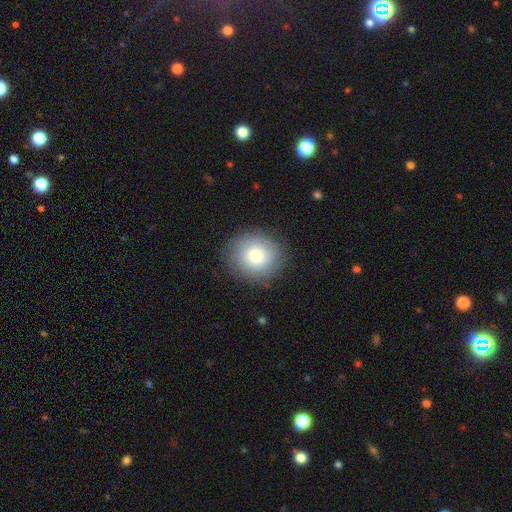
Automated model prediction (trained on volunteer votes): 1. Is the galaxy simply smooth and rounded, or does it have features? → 78% smooth, 13% featured or disk, 9% star or artifact.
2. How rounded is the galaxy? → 84% round, 15% in between, 1% cigar-shaped.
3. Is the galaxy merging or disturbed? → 85% none, 10% minor disturbance, 3% major disturbance, 1% merger.